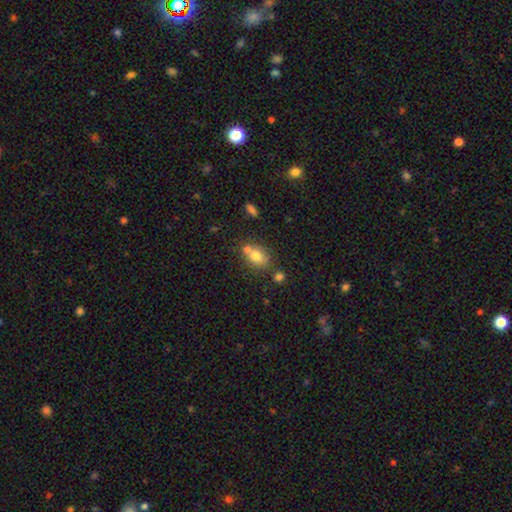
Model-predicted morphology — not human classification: smooth_or_featured: smooth (p=0.74) [alt: featured or disk p=0.15]
how_rounded: in between (p=0.60) [alt: round p=0.39]
merging: none (p=0.48) [alt: merger p=0.33]